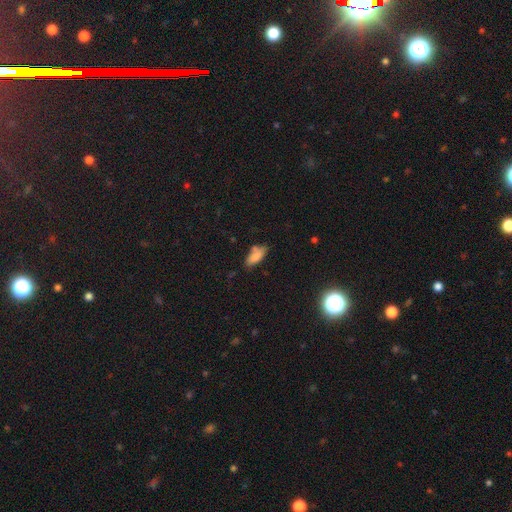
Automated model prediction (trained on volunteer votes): Overall: smooth (80%). How rounded: in between (80%). Merging: none (58%; minor disturbance 27%).